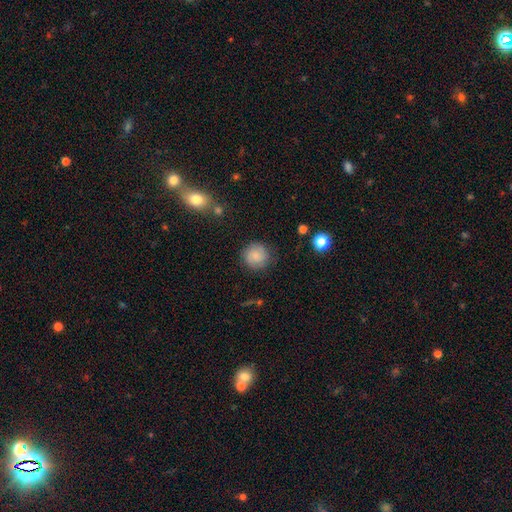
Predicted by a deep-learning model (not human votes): A smooth galaxy with no disk features (82%) that is round (93%). Merging: none (83%).